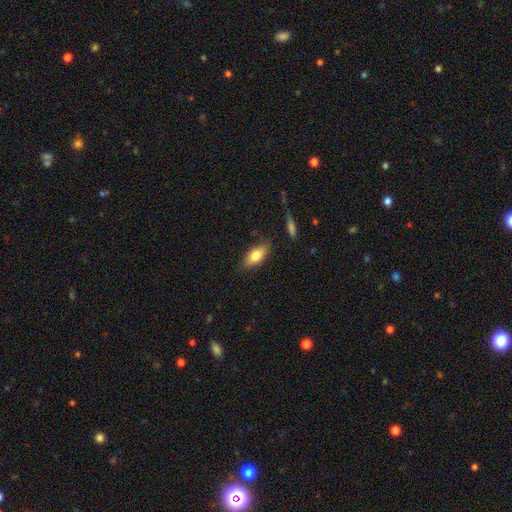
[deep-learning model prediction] A smooth galaxy with no disk features (78%) that is in between round and cigar-shaped (87%).

Vote fractions:
- Smooth or featured? smooth: 78% / featured or disk: 15% / star or artifact: 7%
- How rounded? in between: 87% / cigar-shaped: 9% / round: 4%
- Merging? none: 80% / minor disturbance: 15% / major disturbance: 3% / merger: 2%